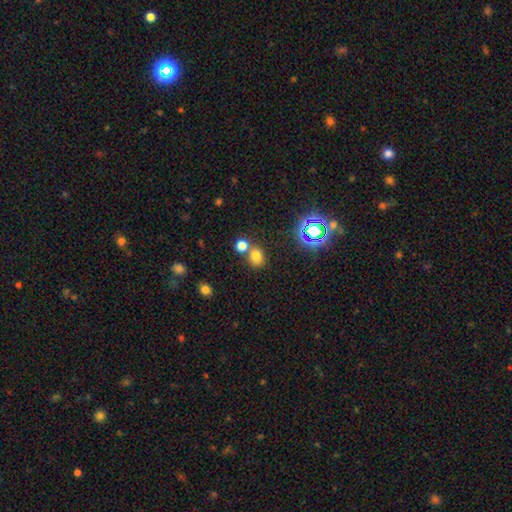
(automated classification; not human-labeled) smooth-or-featured: smooth: 72% | star or artifact: 20% | featured or disk: 8%
  how-rounded: round: 64% | in between: 35% | cigar-shaped: 1%
  merging: none: 60% | merger: 28% | minor disturbance: 8% | major disturbance: 3%